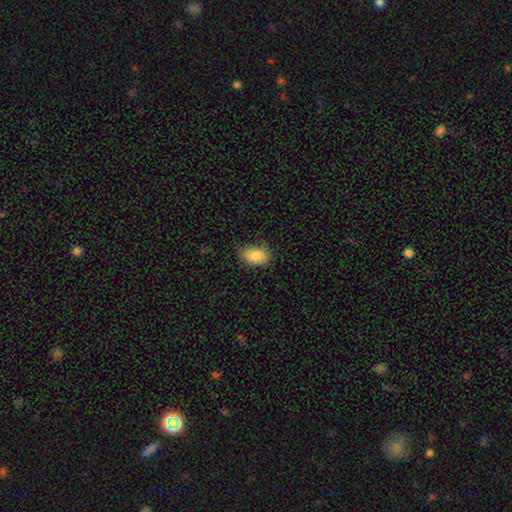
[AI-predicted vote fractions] Smooth or featured? smooth (88%)
How rounded? in between (89%)
Merging? none (75%)